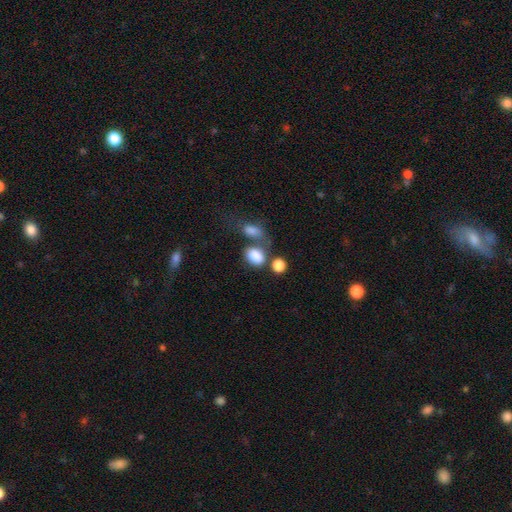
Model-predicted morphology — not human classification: This appears to be a smooth galaxy with no disk features (84%) that is in between round and cigar-shaped (71%). Merging: none (39%).